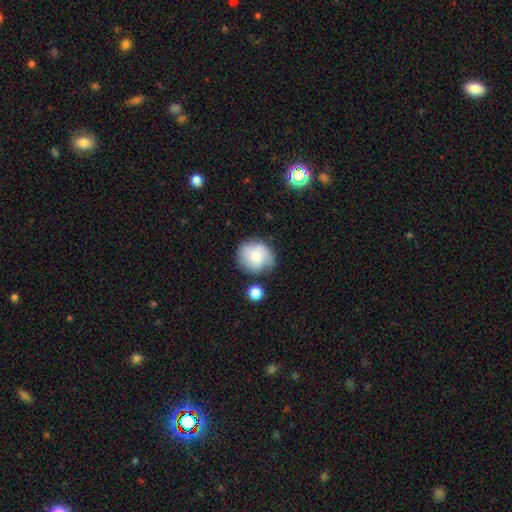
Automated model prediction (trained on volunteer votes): Smooth or featured: smooth — 64% (featured or disk — 28%)
How rounded: round — 80% (in between — 19%)
Merging: none — 63% (minor disturbance — 21%)